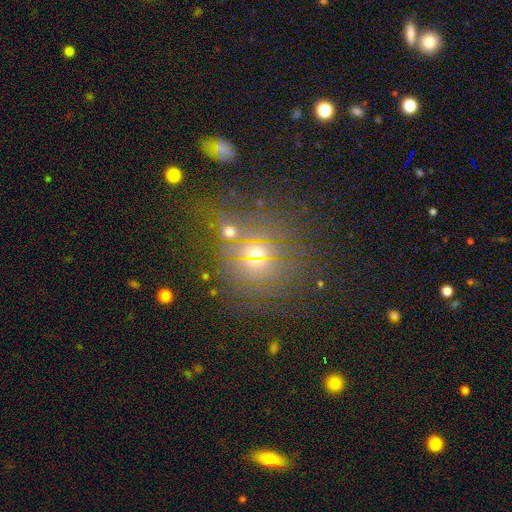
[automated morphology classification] Smooth or featured: star or artifact — 49% (smooth — 35%)